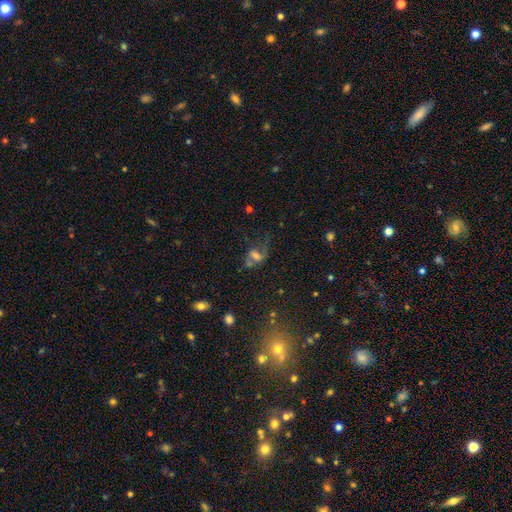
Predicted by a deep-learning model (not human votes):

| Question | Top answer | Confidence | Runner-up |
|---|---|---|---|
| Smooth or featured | featured or disk | 47% | smooth (32%) |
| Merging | none | 39% | major disturbance (27%) |